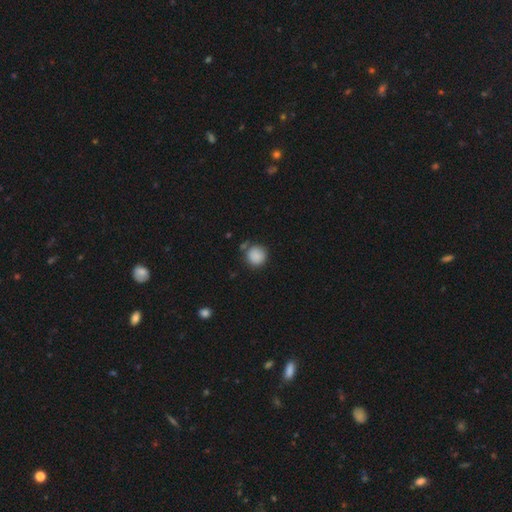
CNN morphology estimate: smooth_or_featured: smooth (p=0.88) [alt: star or artifact p=0.08]
how_rounded: round (p=0.92) [alt: in between p=0.07]
merging: none (p=0.76) [alt: minor disturbance p=0.13]